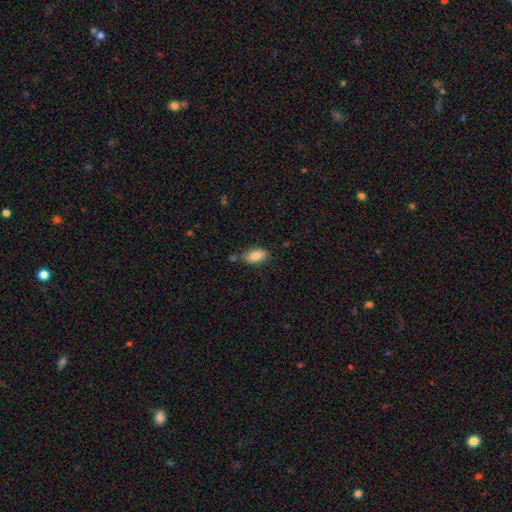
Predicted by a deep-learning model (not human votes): A smooth galaxy with no disk features (82%) that is in between round and cigar-shaped (91%).

Vote fractions:
- Smooth or featured? smooth: 82% / featured or disk: 11% / star or artifact: 8%
- How rounded? in between: 91% / round: 5% / cigar-shaped: 4%
- Merging? none: 75% / minor disturbance: 17% / merger: 5% / major disturbance: 3%